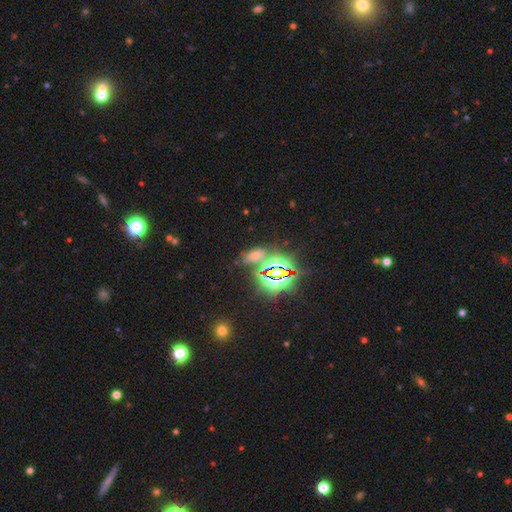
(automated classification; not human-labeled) This is possibly a star or artifact rather than a galaxy (56%).